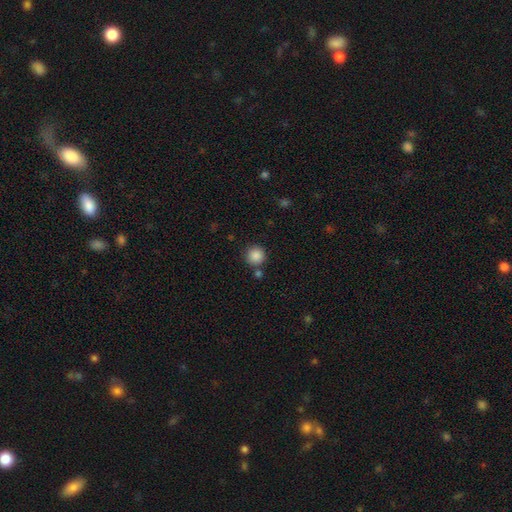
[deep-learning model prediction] This is clearly a smooth galaxy (87%). How rounded: clearly round (94%). Merging: clearly none (81%).